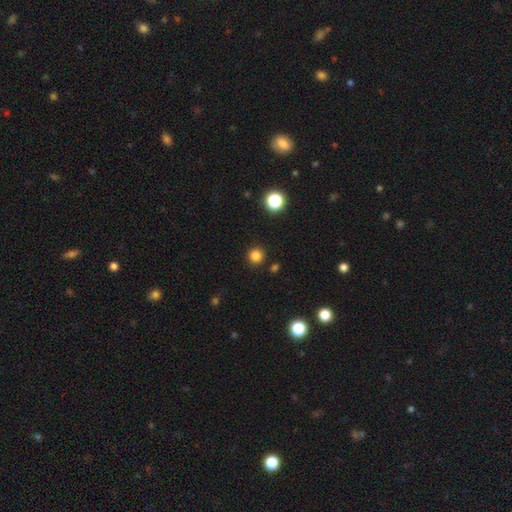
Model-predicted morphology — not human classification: smooth-or-featured: smooth: 83% | star or artifact: 14% | featured or disk: 3%
  how-rounded: round: 94% | in between: 5% | cigar-shaped: 1%
  merging: none: 91% | minor disturbance: 5% | major disturbance: 2% | merger: 2%